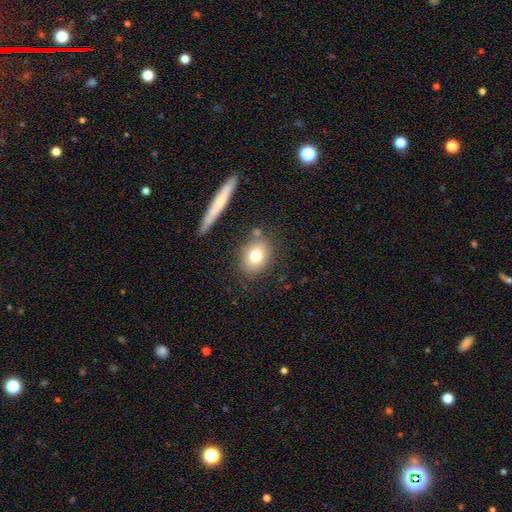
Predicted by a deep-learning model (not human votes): Q: Smooth or featured?
A: smooth (76%); runner-up: featured or disk (14%)
Q: How rounded?
A: in between (51%); runner-up: round (47%)
Q: Merging?
A: none (75%); runner-up: minor disturbance (13%)